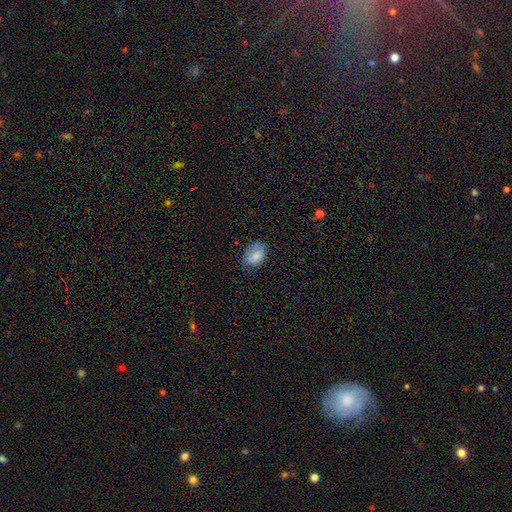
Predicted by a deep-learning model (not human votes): A smooth galaxy with no disk features (79%) that is in between round and cigar-shaped (76%). Merging: none (62%).